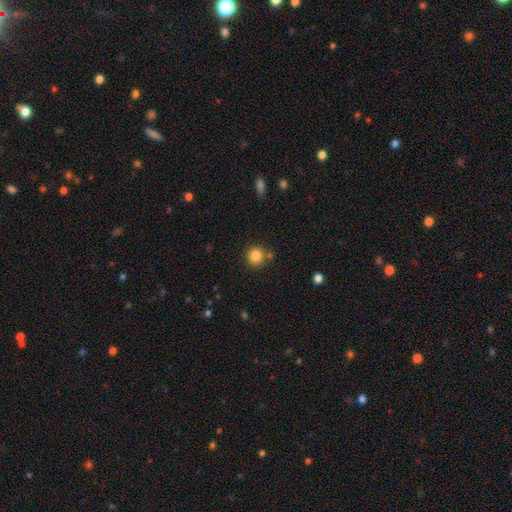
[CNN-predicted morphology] A smooth galaxy with no disk features (85%) that is round (93%).

Vote fractions:
- Smooth or featured? smooth: 85% / star or artifact: 10% / featured or disk: 5%
- How rounded? round: 93% / in between: 6% / cigar-shaped: 1%
- Merging? none: 81% / minor disturbance: 9% / merger: 7% / major disturbance: 3%